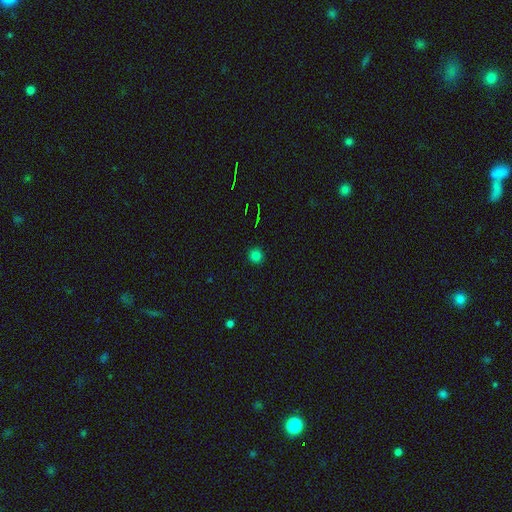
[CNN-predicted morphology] smooth-or-featured: smooth: 79% | star or artifact: 16% | featured or disk: 5%
  how-rounded: round: 94% | in between: 5% | cigar-shaped: 1%
  merging: none: 92% | minor disturbance: 5% | major disturbance: 2% | merger: 1%